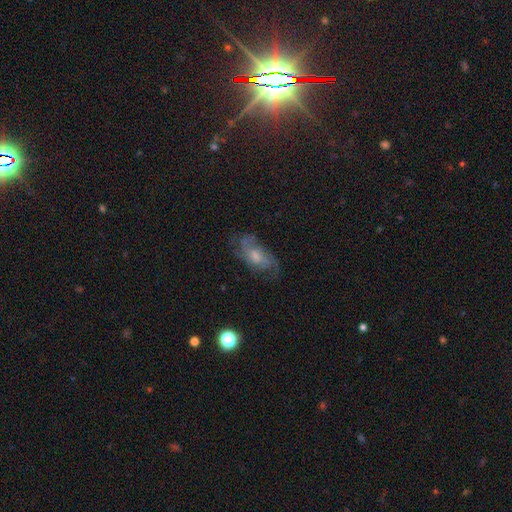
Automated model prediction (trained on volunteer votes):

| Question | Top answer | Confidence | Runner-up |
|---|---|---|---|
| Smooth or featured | featured or disk | 68% | smooth (23%) |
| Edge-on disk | no | 94% | yes (6%) |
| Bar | no | 64% | weak (31%) |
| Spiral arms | yes | 87% | no (13%) |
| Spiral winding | medium | 46% | loose (28%) |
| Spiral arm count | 2 | 32% | can't tell (31%) |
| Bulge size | moderate | 45% | small (37%) |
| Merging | none | 60% | minor disturbance (22%) |